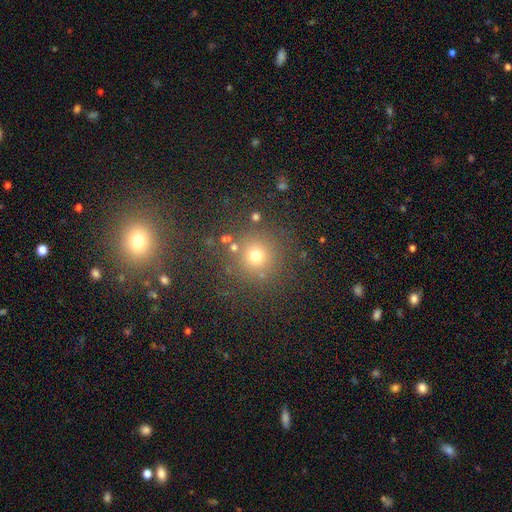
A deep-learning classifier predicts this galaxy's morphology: smooth 71%, star or artifact 21%, featured or disk 8%. Down the decision tree: how rounded — round (94%); merging — none (82%).